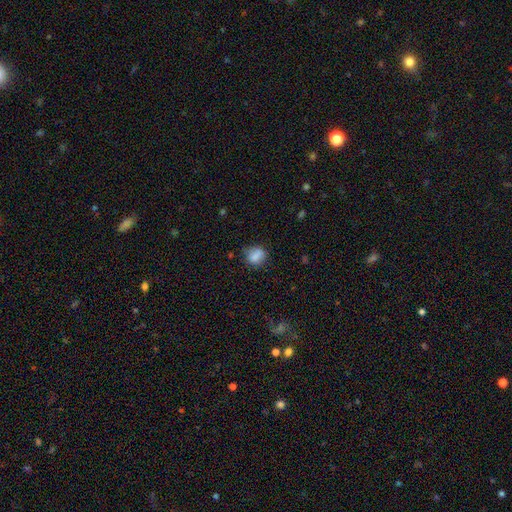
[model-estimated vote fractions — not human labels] Q: Smooth or featured?
A: smooth (81%); runner-up: featured or disk (9%)
Q: How rounded?
A: round (52%); runner-up: in between (46%)
Q: Merging?
A: none (66%); runner-up: minor disturbance (24%)